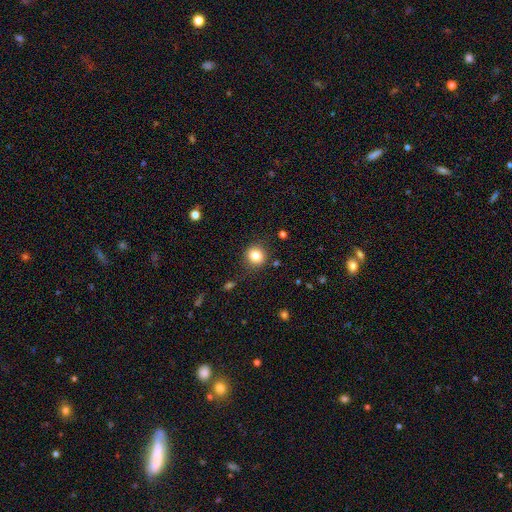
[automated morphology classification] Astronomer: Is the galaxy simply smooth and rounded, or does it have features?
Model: smooth — 82%.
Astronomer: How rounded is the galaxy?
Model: round — 86%.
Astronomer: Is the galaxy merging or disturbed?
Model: none — 87%.